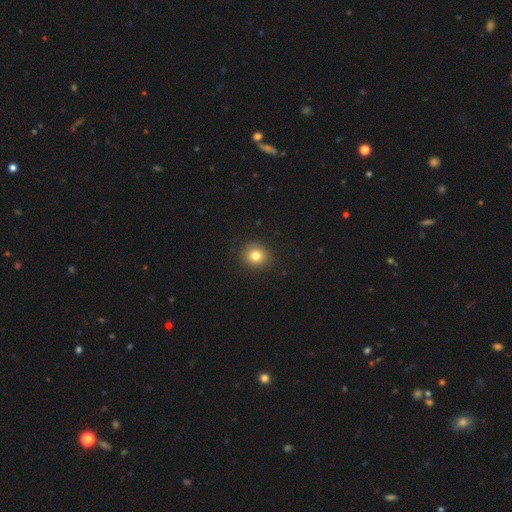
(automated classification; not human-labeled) A smooth galaxy with no disk features (81%) that is round (84%). Merging: none (90%).